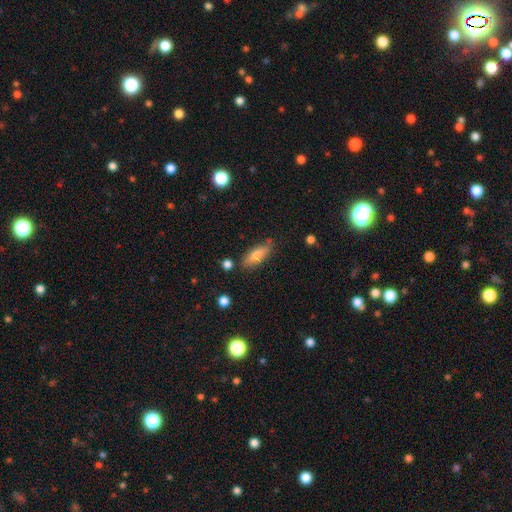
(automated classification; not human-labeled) smooth 75%, featured or disk 18%, star or artifact 7%. Down the decision tree: how rounded — in between (63%); merging — none (72%).